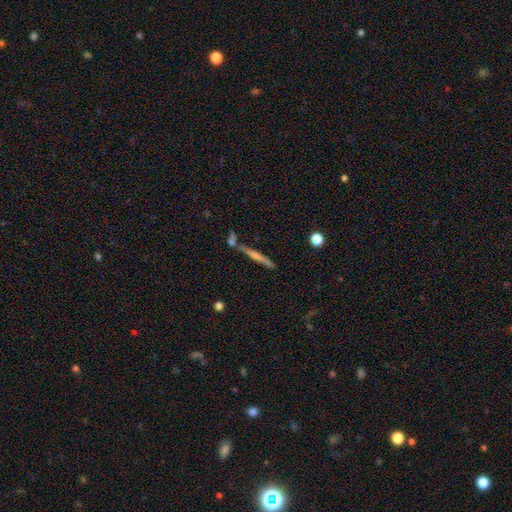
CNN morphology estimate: A featured or disk galaxy (56%) viewed edge-on (91%) with a rounded central bulge (57%). Merging: none (75%).